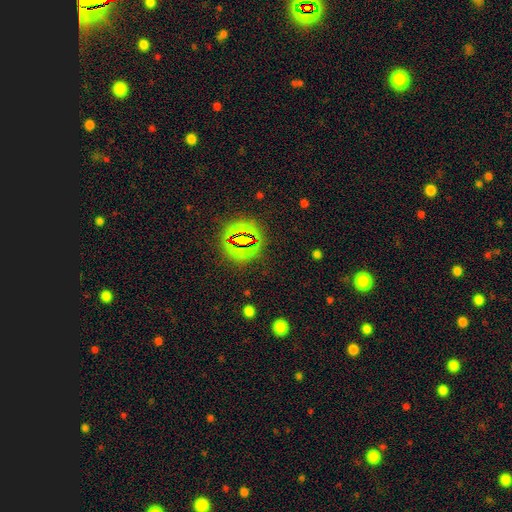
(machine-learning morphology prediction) Overall: star or artifact (76%).